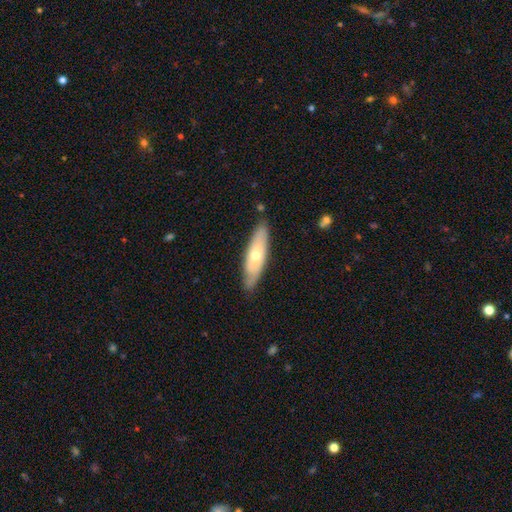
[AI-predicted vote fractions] smooth 50%, featured or disk 44%, star or artifact 6%. Down the decision tree: how rounded — cigar-shaped (56%); merging — none (82%).